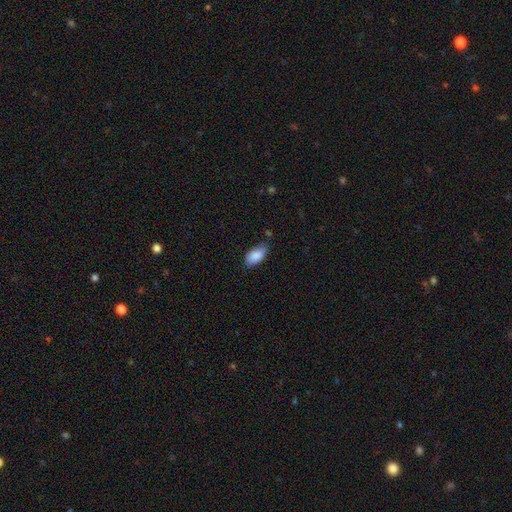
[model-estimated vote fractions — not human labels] This is clearly a smooth galaxy (87%). How rounded: clearly in between (93%). Merging: likely none (70%).